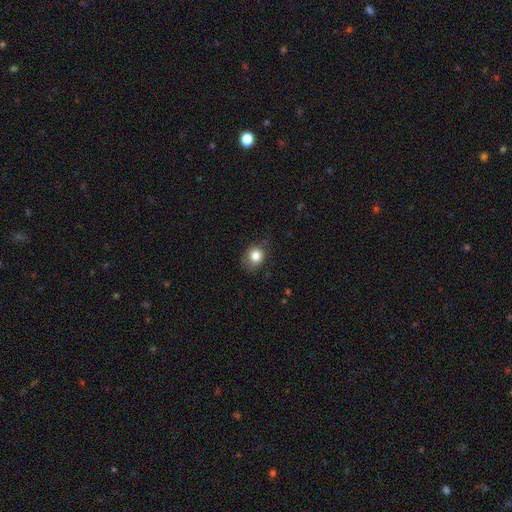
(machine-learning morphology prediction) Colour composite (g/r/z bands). It shows a smooth galaxy with no disk features (82%) that is round (67%). Merging: none (68%).